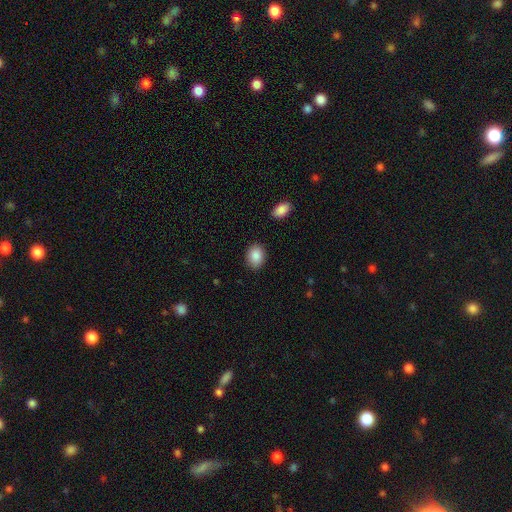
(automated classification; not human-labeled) This appears to be a smooth galaxy with no disk features (88%) that is in between round and cigar-shaped (62%). Merging: none (87%).